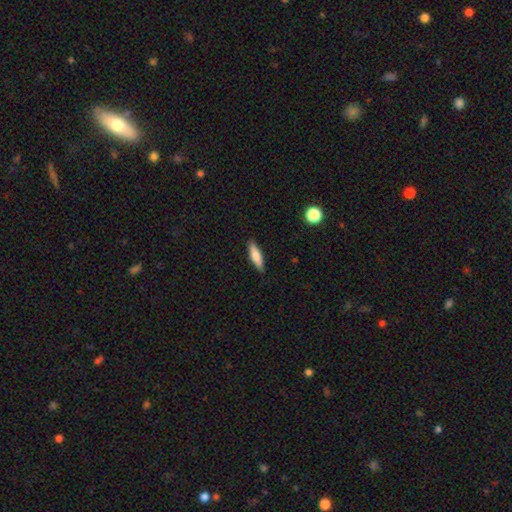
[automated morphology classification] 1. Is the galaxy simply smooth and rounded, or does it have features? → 72% smooth, 22% featured or disk, 6% star or artifact.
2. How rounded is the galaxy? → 66% cigar-shaped, 32% in between, 2% round.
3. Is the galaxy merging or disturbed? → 88% none, 9% minor disturbance, 2% major disturbance, 1% merger.